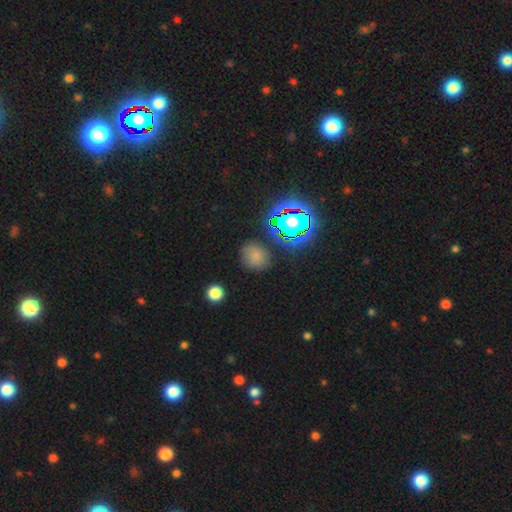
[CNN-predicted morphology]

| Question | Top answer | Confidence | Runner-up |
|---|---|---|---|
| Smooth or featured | smooth | 68% | star or artifact (23%) |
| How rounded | round | 70% | in between (29%) |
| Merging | none | 81% | minor disturbance (13%) |